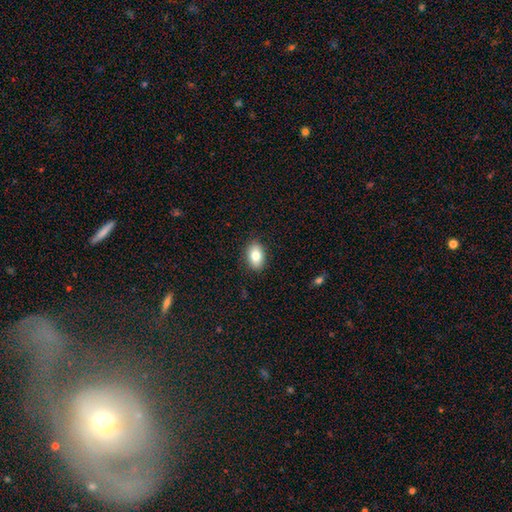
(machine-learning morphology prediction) This appears to be a smooth galaxy with no disk features (82%) that is in between round and cigar-shaped (88%). Merging: none (88%).